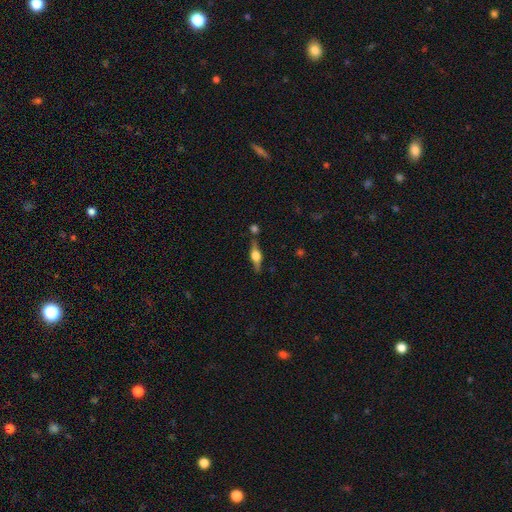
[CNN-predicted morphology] This appears to be a featured or disk galaxy (70%) viewed edge-on (96%) with a rounded central bulge (91%). Merging: none (77%).